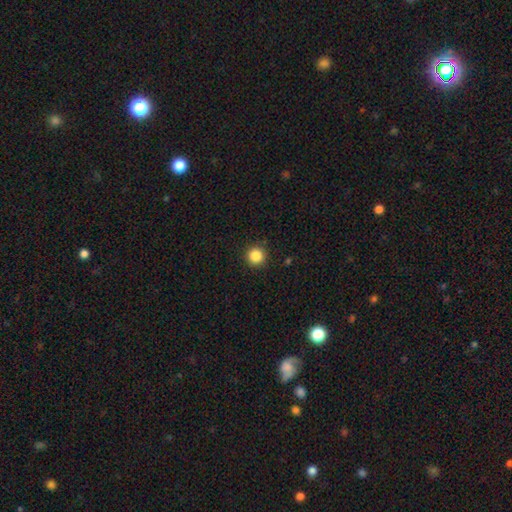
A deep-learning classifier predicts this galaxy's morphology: Overall: smooth (86%). How rounded: round (96%). Merging: none (92%).